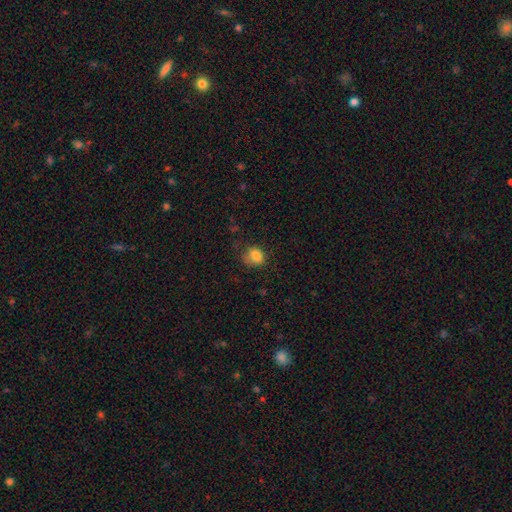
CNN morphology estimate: Overall: smooth (83%). How rounded: round (53%; in between 46%). Merging: none (52%; minor disturbance 30%).